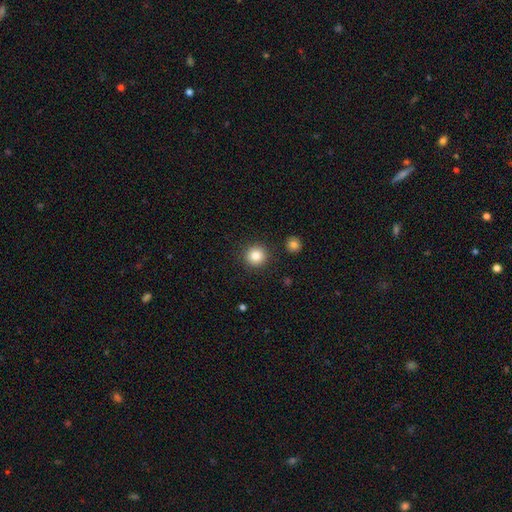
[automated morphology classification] A smooth galaxy with no disk features (84%) that is round (93%).

Vote fractions:
- Smooth or featured? smooth: 84% / star or artifact: 10% / featured or disk: 6%
- How rounded? round: 93% / in between: 6% / cigar-shaped: 1%
- Merging? none: 90% / minor disturbance: 6% / major disturbance: 2% / merger: 2%